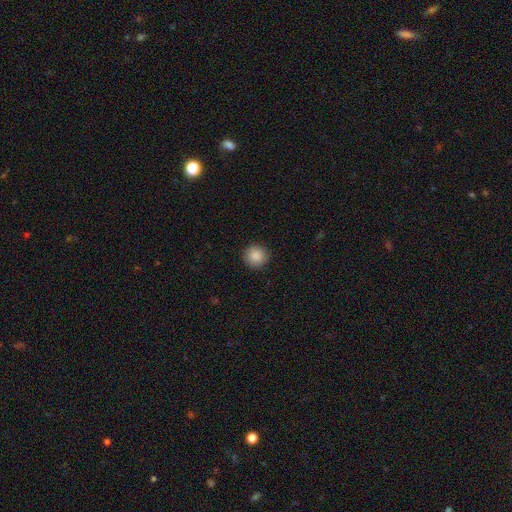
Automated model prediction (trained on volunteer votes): Smooth or featured?
  - smooth: 88% *
  - star or artifact: 8%
  - featured or disk: 3%
How rounded?
  - round: 94% *
  - in between: 5%
  - cigar-shaped: 1%
Merging?
  - none: 91% *
  - minor disturbance: 6%
  - major disturbance: 2%
  - merger: 1%